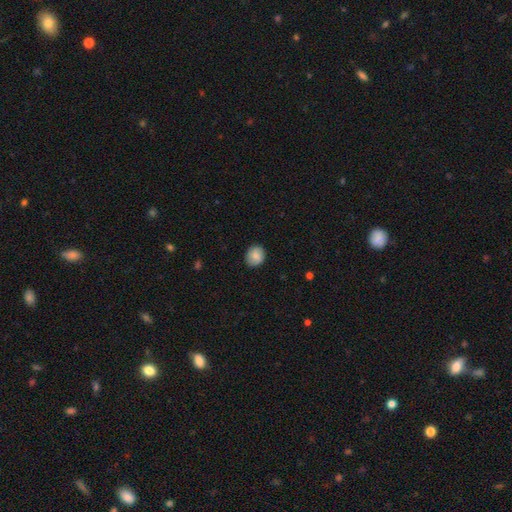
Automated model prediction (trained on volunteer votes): Smooth or featured? Predicted: smooth (p=0.79). How rounded? Predicted: round (p=0.72). Merging? Predicted: none (p=0.85).